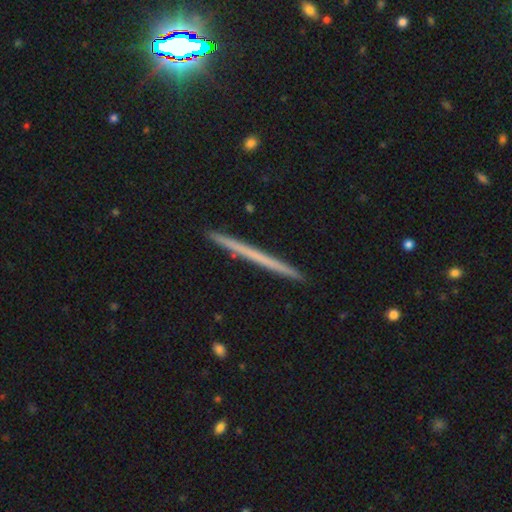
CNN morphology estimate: Smooth or featured?
  - featured or disk: 50% *
  - smooth: 43%
  - star or artifact: 7%
Merging?
  - none: 93% *
  - minor disturbance: 5%
  - major disturbance: 1%
  - merger: 1%